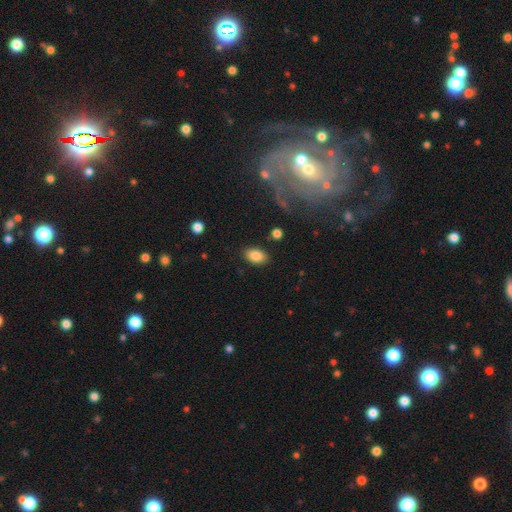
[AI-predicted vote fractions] A smooth galaxy with no disk features (84%) that is in between round and cigar-shaped (89%). Merging: none (85%).